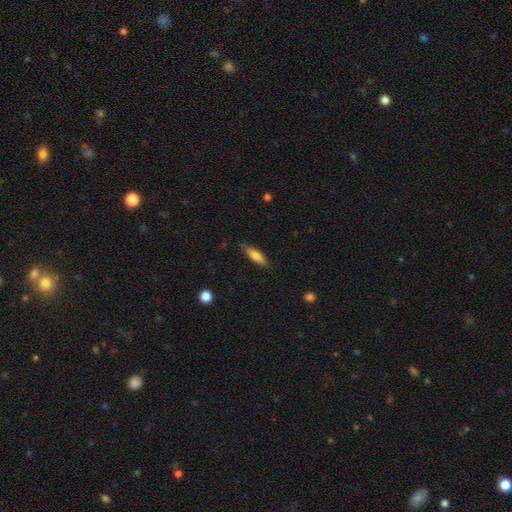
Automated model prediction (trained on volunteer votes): A smooth galaxy with no disk features (67%) that is cigar-shaped (57%).

Vote fractions:
- Smooth or featured? smooth: 67% / featured or disk: 26% / star or artifact: 6%
- How rounded? cigar-shaped: 57% / in between: 41% / round: 2%
- Merging? none: 80% / minor disturbance: 16% / major disturbance: 3% / merger: 1%